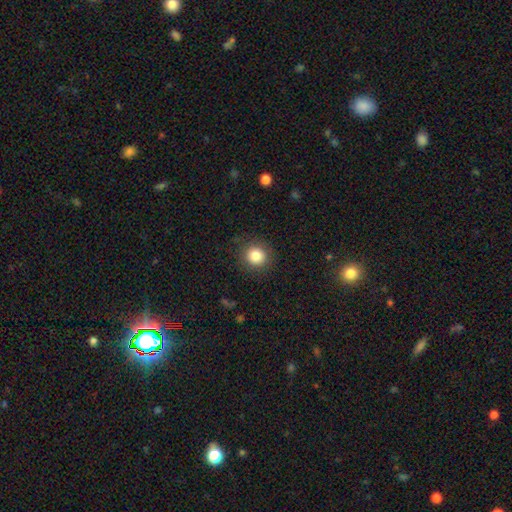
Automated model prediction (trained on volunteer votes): smooth 84%, star or artifact 10%, featured or disk 6%. Down the decision tree: how rounded — round (91%); merging — none (89%).